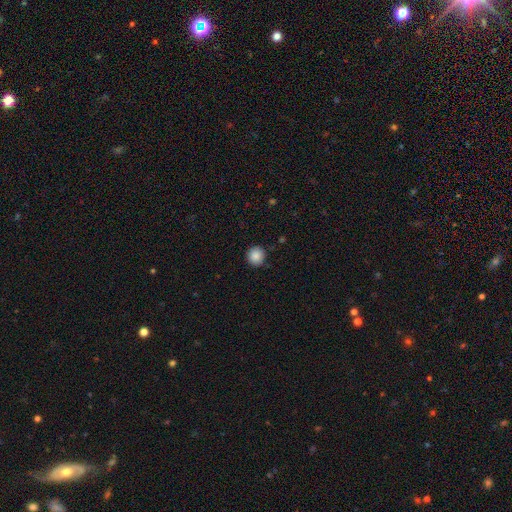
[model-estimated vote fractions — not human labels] smooth-or-featured: smooth: 88% | star or artifact: 9% | featured or disk: 3%
  how-rounded: round: 92% | in between: 7% | cigar-shaped: 1%
  merging: none: 90% | minor disturbance: 7% | major disturbance: 2% | merger: 1%